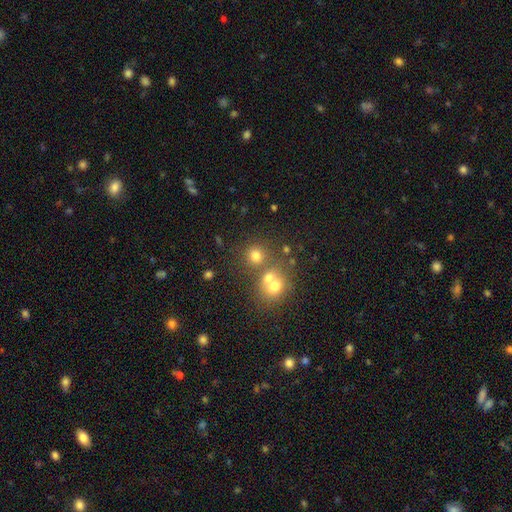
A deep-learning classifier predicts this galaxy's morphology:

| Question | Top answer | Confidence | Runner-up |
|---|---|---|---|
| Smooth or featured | smooth | 72% | star or artifact (17%) |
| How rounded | round | 84% | in between (15%) |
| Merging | none | 57% | merger (31%) |